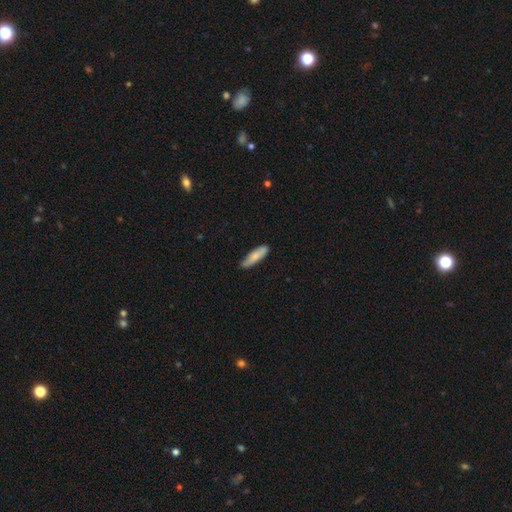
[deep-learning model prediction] Smooth or featured? Predicted: smooth (p=0.78). How rounded? Predicted: cigar-shaped (p=0.63). Merging? Predicted: none (p=0.79).